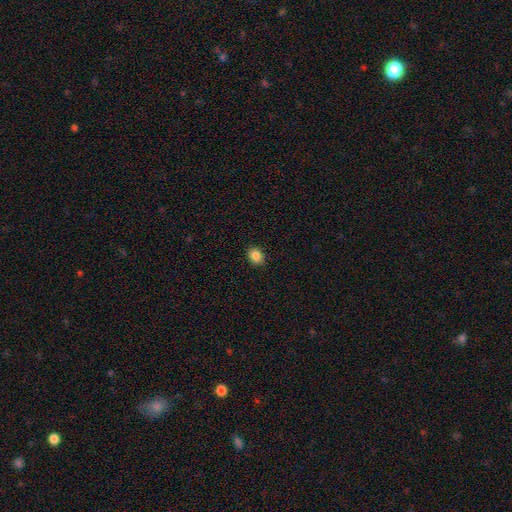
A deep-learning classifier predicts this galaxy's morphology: Smooth or featured? Predicted: smooth (p=0.86). How rounded? Predicted: in between (p=0.50). Merging? Predicted: none (p=0.91).